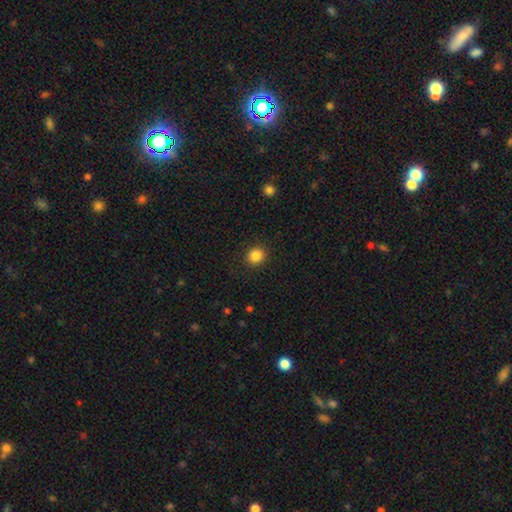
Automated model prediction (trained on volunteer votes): smooth 86%, star or artifact 10%, featured or disk 4%. Down the decision tree: how rounded — round (80%); merging — none (90%).